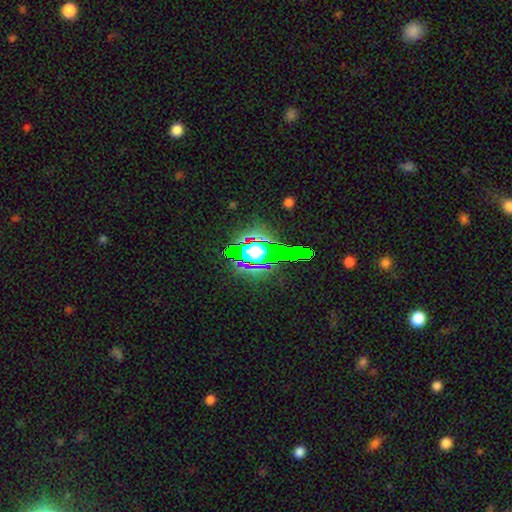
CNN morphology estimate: This is possibly a star or artifact rather than a galaxy (57%).